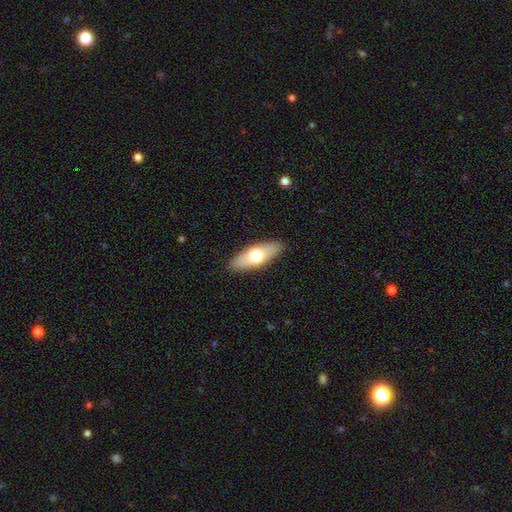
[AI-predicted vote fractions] Smooth or featured?
  - smooth: 63% *
  - featured or disk: 32%
  - star or artifact: 6%
How rounded?
  - in between: 67% *
  - cigar-shaped: 30%
  - round: 3%
Merging?
  - none: 89% *
  - minor disturbance: 8%
  - major disturbance: 2%
  - merger: 1%